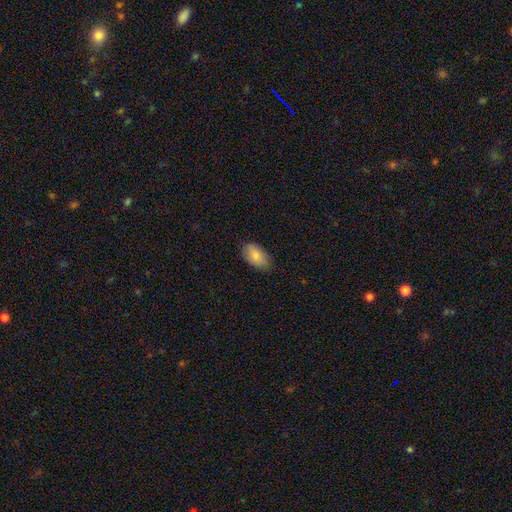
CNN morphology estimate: Q: Smooth or featured?
A: smooth (85%); runner-up: featured or disk (9%)
Q: How rounded?
A: in between (94%); runner-up: round (4%)
Q: Merging?
A: none (83%); runner-up: minor disturbance (13%)